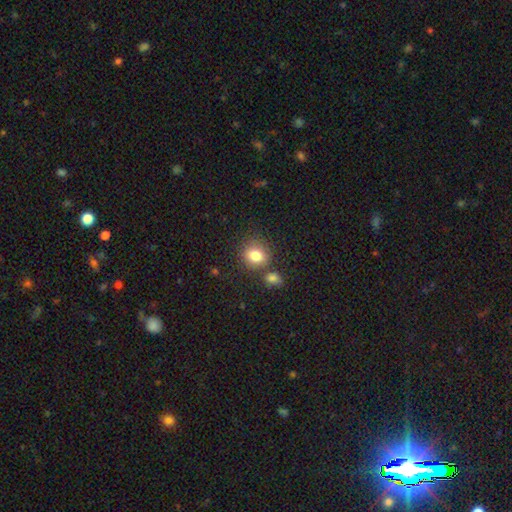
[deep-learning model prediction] A smooth galaxy with no disk features (81%) that is round (74%). Merging: none (66%).